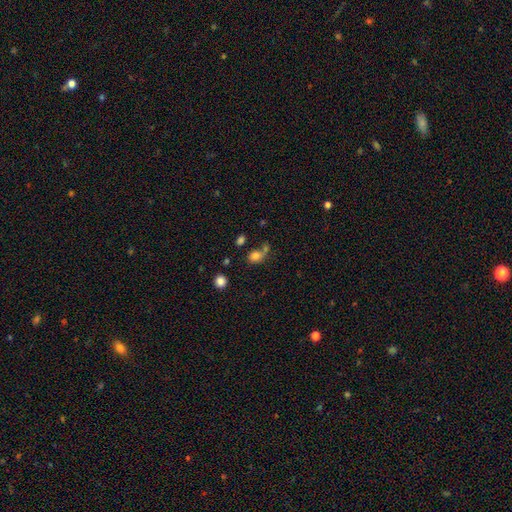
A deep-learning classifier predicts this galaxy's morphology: Q: Smooth or featured?
A: smooth (78%); runner-up: star or artifact (13%)
Q: How rounded?
A: in between (56%); runner-up: round (42%)
Q: Merging?
A: none (45%); runner-up: merger (29%)